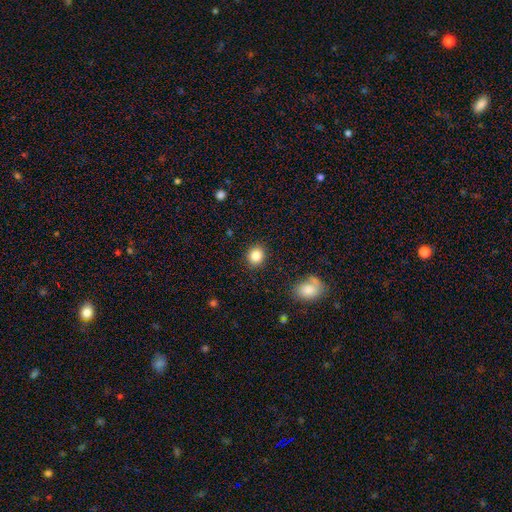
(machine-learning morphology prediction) Smooth or featured? Predicted: smooth (p=0.85). How rounded? Predicted: round (p=0.78). Merging? Predicted: none (p=0.90).